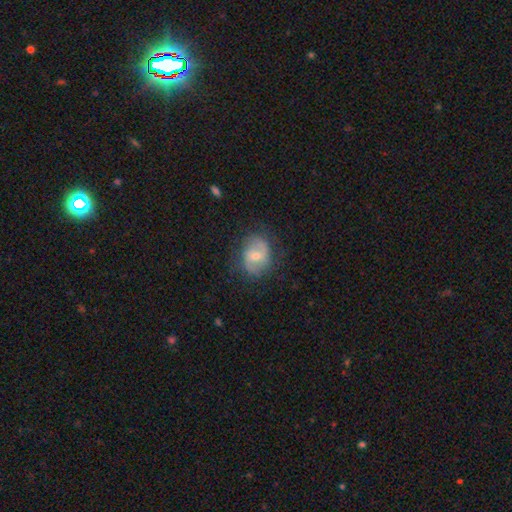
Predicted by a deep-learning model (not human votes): The model was most divided on "bulge size": moderate: 54%, small: 39%, large: 3%, none: 3%, dominant: 1%. More confident: edge-on disk — no (96%); spiral arms — yes (76%); merging — none (73%); smooth or featured — featured or disk (56%); bar — weak (51%).